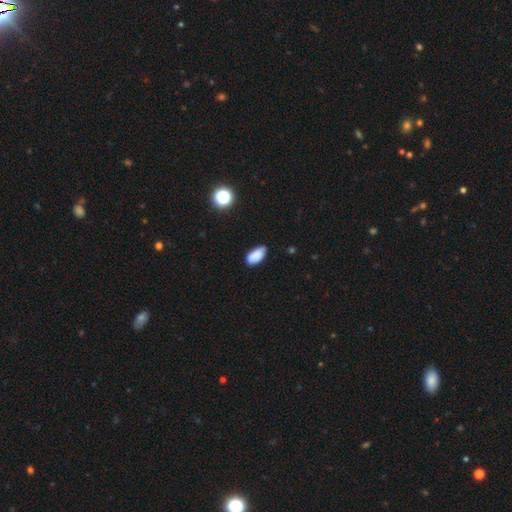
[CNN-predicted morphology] Smooth or featured? Predicted: smooth (p=0.85). How rounded? Predicted: in between (p=0.93). Merging? Predicted: none (p=0.72).